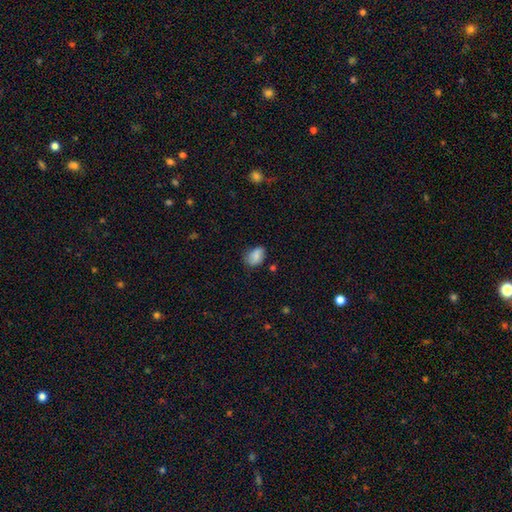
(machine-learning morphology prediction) Smooth or featured? smooth (80%)
How rounded? in between (80%)
Merging? none (65%)